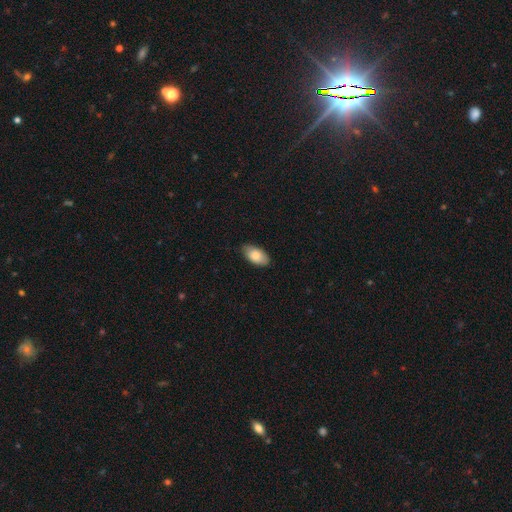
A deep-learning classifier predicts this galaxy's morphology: Smooth or featured? Predicted: smooth (p=0.83). How rounded? Predicted: in between (p=0.94). Merging? Predicted: none (p=0.83).